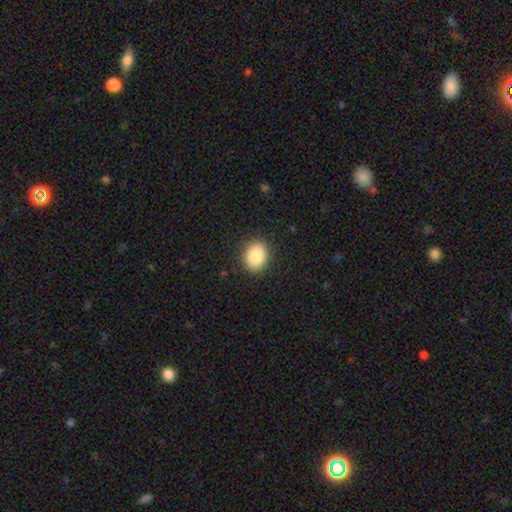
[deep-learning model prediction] Q: Smooth or featured?
A: smooth (88%); runner-up: star or artifact (8%)
Q: How rounded?
A: in between (56%); runner-up: round (43%)
Q: Merging?
A: none (88%); runner-up: minor disturbance (9%)